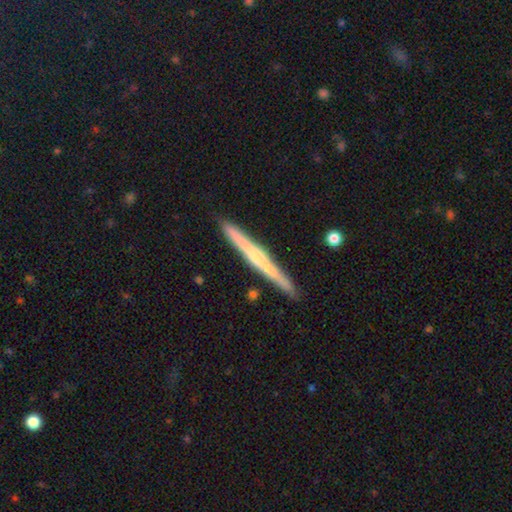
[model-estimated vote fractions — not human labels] Smooth or featured: featured or disk — 64% (smooth — 31%)
Edge-on disk: yes — 98% (no — 2%)
Edge-on bulge: rounded — 58% (none — 34%)
Merging: none — 90% (minor disturbance — 7%)